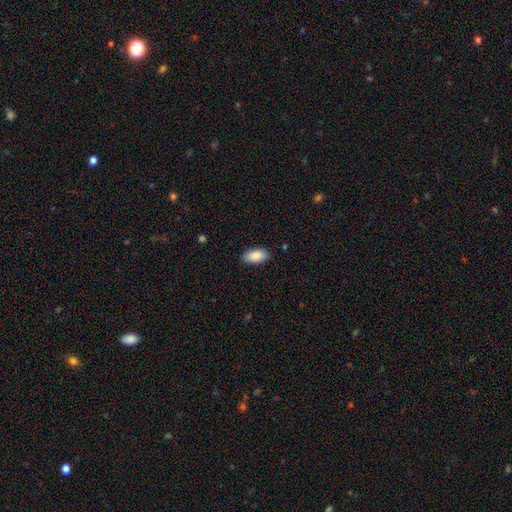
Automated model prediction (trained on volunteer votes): Overall: smooth (89%). How rounded: in between (93%). Merging: none (87%).